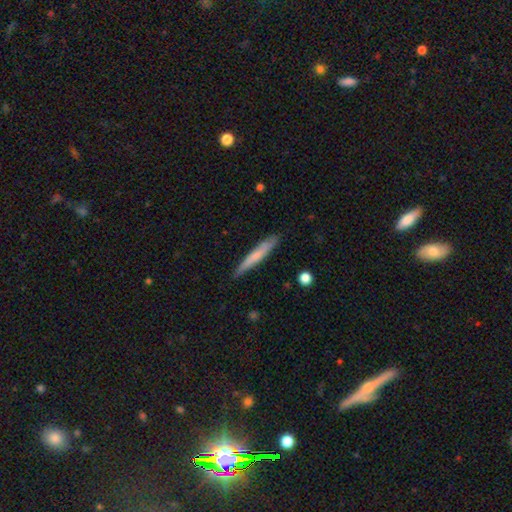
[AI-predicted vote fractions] Smooth or featured: smooth — 65% (featured or disk — 29%)
How rounded: cigar-shaped — 94% (in between — 4%)
Merging: none — 85% (minor disturbance — 11%)